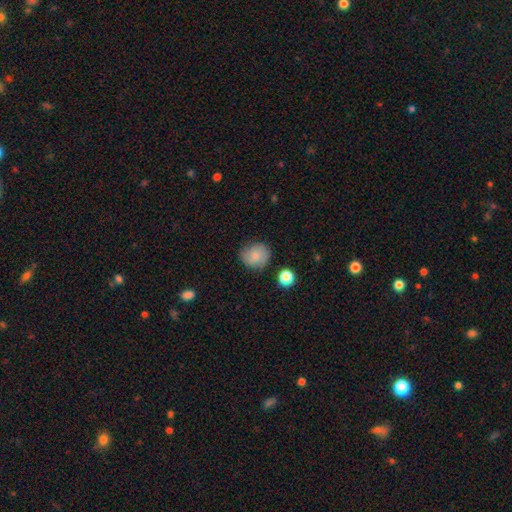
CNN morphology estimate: Smooth or featured? Predicted: smooth (p=0.70). How rounded? Predicted: round (p=0.80). Merging? Predicted: none (p=0.77).